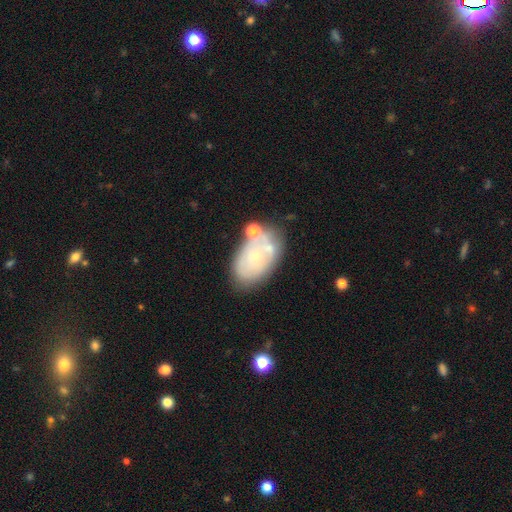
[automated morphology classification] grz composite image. It shows a featured or disk galaxy (46%). Merging: none (53%).